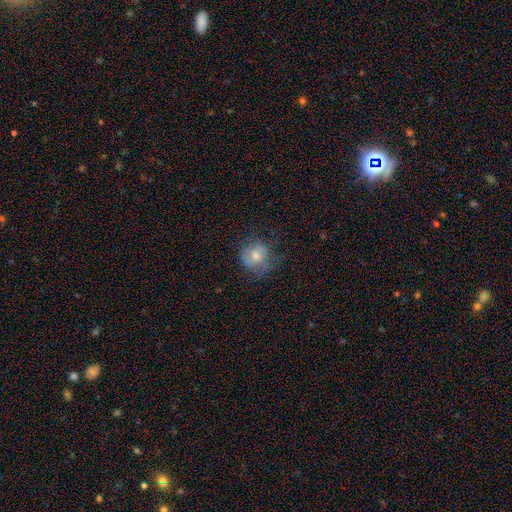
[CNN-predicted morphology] type=smooth (63%); roundness=round (78%); merging=none (53%).